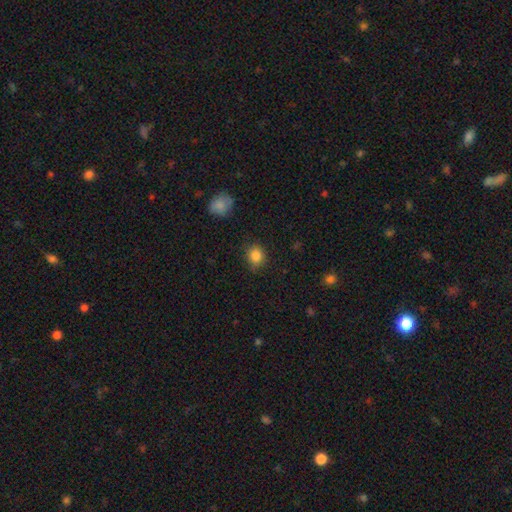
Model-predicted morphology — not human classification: A smooth galaxy with no disk features (86%) that is round (75%).

Vote fractions:
- Smooth or featured? smooth: 86% / star or artifact: 10% / featured or disk: 4%
- How rounded? round: 75% / in between: 24% / cigar-shaped: 1%
- Merging? none: 83% / minor disturbance: 13% / major disturbance: 3% / merger: 1%